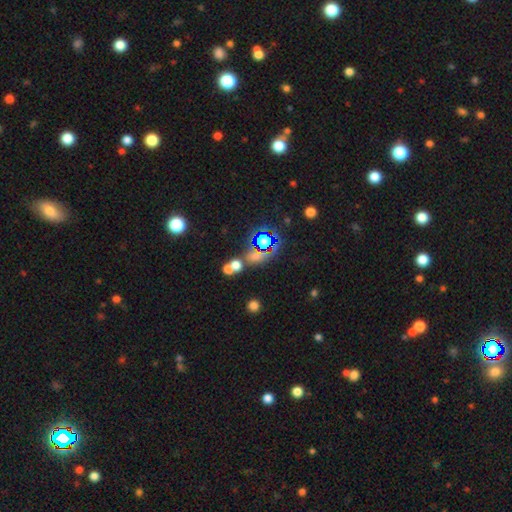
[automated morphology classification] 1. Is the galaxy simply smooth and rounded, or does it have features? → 54% star or artifact, 34% smooth, 13% featured or disk.